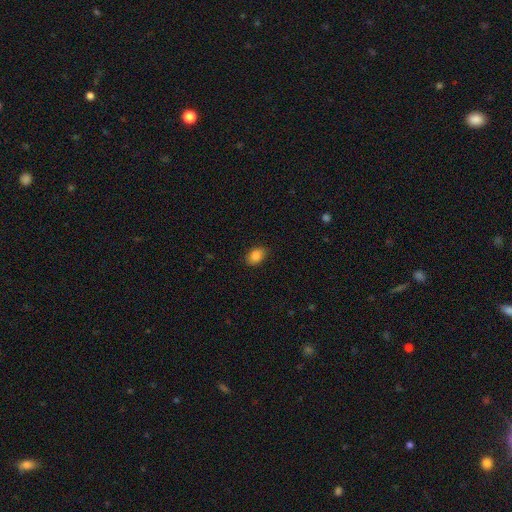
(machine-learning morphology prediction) Smooth or featured? Predicted: smooth (p=0.87). How rounded? Predicted: in between (p=0.78). Merging? Predicted: none (p=0.85).